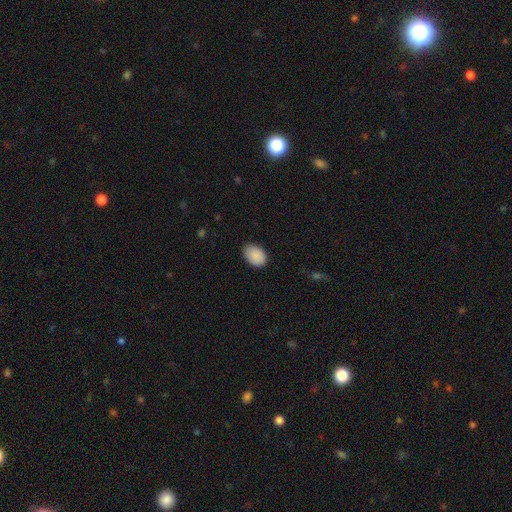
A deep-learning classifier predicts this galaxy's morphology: This appears to be a smooth galaxy with no disk features (90%) that is in between round and cigar-shaped (82%). Merging: none (83%).